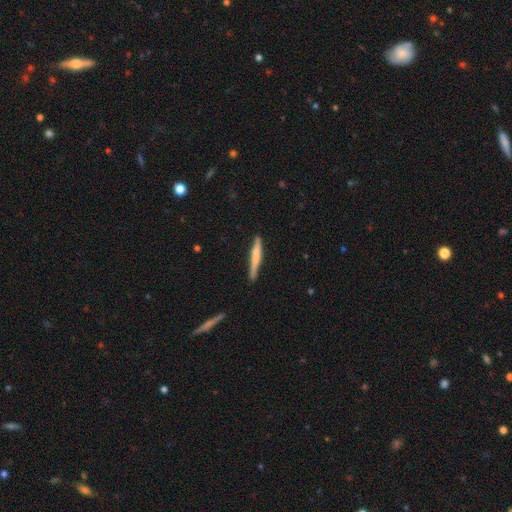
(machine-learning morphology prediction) smooth-or-featured: smooth: 55% | featured or disk: 39% | star or artifact: 5%
  how-rounded: cigar-shaped: 95% | in between: 3% | round: 1%
  merging: none: 82% | minor disturbance: 14% | major disturbance: 2% | merger: 2%